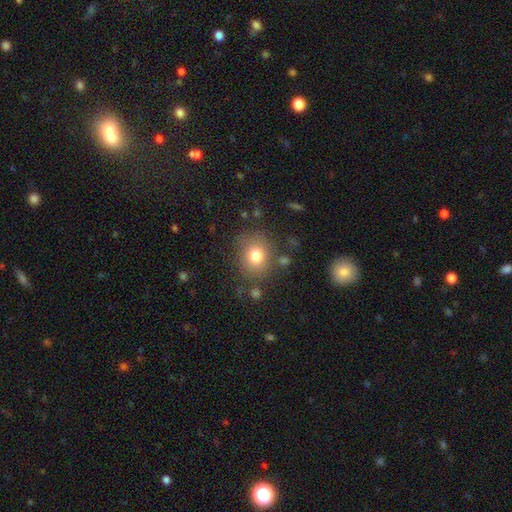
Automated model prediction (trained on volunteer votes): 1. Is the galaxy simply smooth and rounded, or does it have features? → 77% smooth, 12% star or artifact, 11% featured or disk.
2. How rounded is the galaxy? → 73% round, 26% in between, 1% cigar-shaped.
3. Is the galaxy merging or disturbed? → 78% none, 13% minor disturbance, 5% major disturbance, 4% merger.